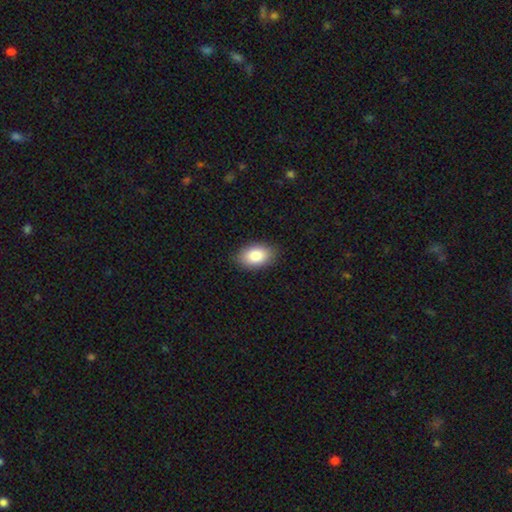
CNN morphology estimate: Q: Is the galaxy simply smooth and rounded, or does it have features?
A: smooth — 84%.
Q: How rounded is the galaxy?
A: in between — 90%.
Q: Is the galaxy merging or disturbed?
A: none — 87%.